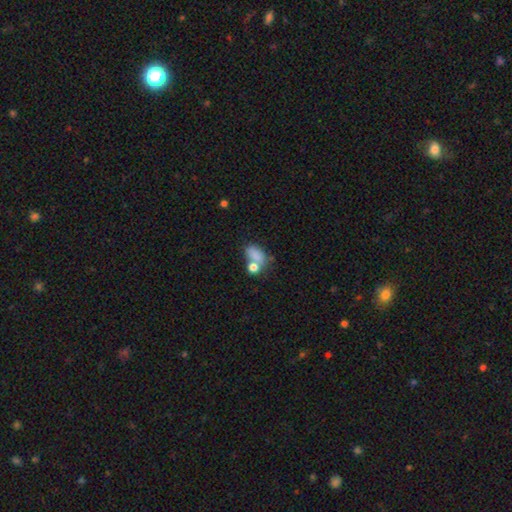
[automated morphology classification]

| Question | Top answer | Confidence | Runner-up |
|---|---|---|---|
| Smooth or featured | smooth | 77% | star or artifact (12%) |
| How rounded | in between | 80% | round (17%) |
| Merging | merger | 39% | none (35%) |